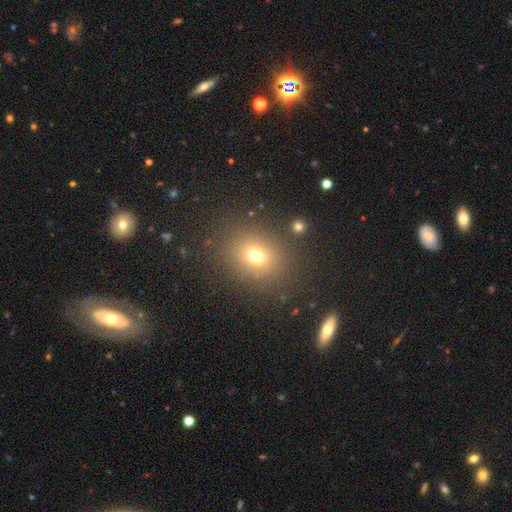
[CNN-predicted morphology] Smooth or featured? smooth (71%)
How rounded? round (57%)
Merging? none (84%)